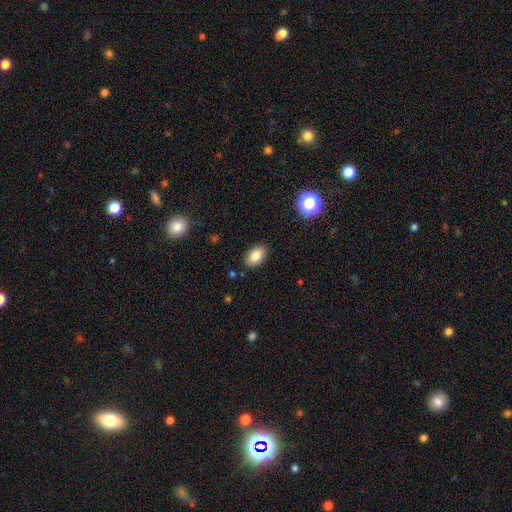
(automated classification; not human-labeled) Smooth or featured: smooth — 84% (star or artifact — 9%)
How rounded: in between — 90% (round — 8%)
Merging: none — 86% (minor disturbance — 10%)